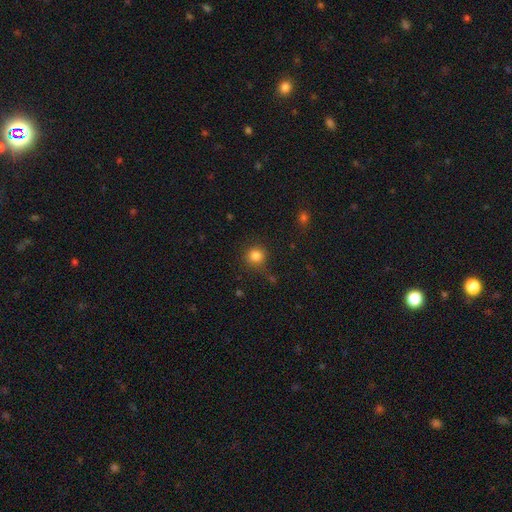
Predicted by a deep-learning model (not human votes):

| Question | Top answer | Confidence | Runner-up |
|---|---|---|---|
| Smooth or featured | smooth | 83% | star or artifact (12%) |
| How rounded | round | 92% | in between (7%) |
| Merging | none | 83% | minor disturbance (11%) |